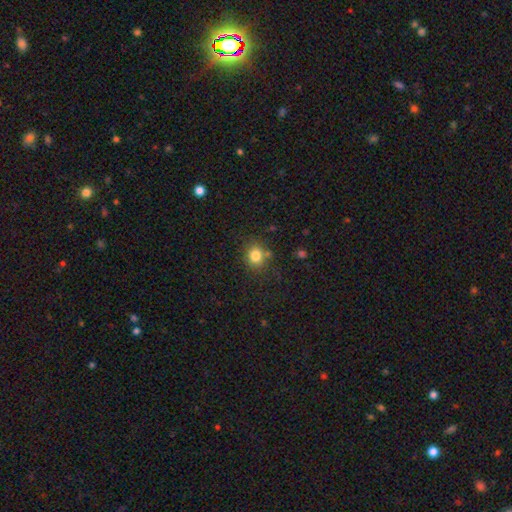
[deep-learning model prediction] smooth 82%, star or artifact 12%, featured or disk 6%. Down the decision tree: how rounded — round (75%); merging — none (78%).